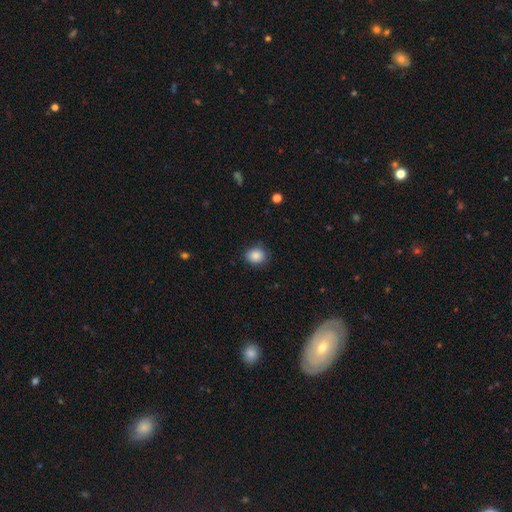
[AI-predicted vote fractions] A smooth galaxy with no disk features (86%) that is round (76%).

Vote fractions:
- Smooth or featured? smooth: 86% / star or artifact: 9% / featured or disk: 5%
- How rounded? round: 76% / in between: 24% / cigar-shaped: 1%
- Merging? none: 84% / minor disturbance: 12% / major disturbance: 3% / merger: 1%